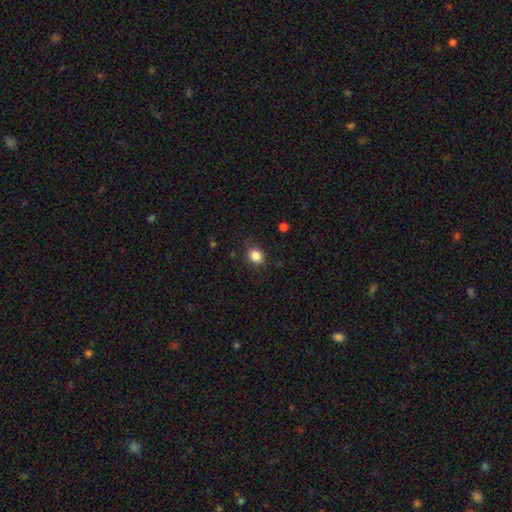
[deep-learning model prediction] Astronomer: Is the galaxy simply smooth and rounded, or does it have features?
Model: smooth — 85%.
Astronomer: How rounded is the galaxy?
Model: round — 68%.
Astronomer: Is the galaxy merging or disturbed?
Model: none — 83%.